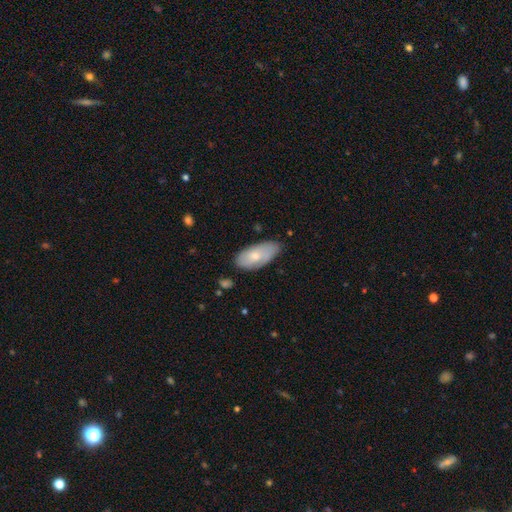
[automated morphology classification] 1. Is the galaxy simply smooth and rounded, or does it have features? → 67% smooth, 27% featured or disk, 6% star or artifact.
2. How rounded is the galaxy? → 90% in between, 7% cigar-shaped, 2% round.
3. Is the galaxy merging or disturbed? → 70% none, 24% minor disturbance, 4% major disturbance, 2% merger.